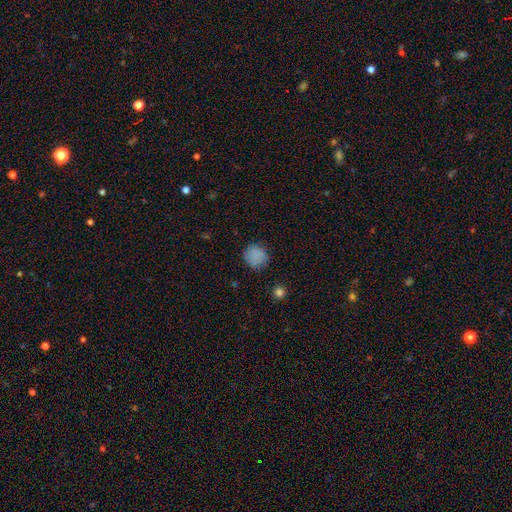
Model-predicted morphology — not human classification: Smooth or featured?
  - smooth: 82% *
  - star or artifact: 12%
  - featured or disk: 6%
How rounded?
  - round: 88% *
  - in between: 11%
  - cigar-shaped: 1%
Merging?
  - none: 82% *
  - minor disturbance: 12%
  - major disturbance: 4%
  - merger: 2%